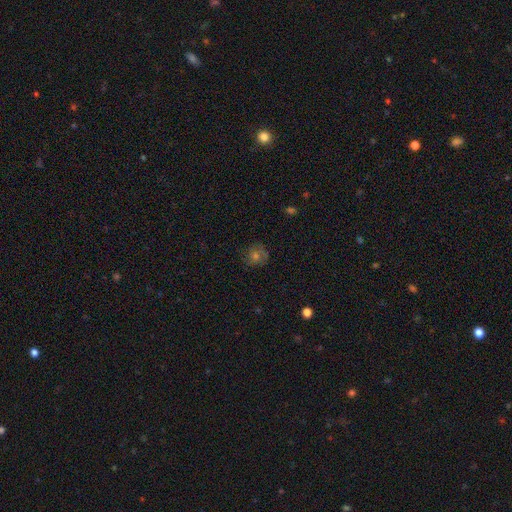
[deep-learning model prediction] Smooth or featured? Predicted: smooth (p=0.49). Merging? Predicted: none (p=0.77).